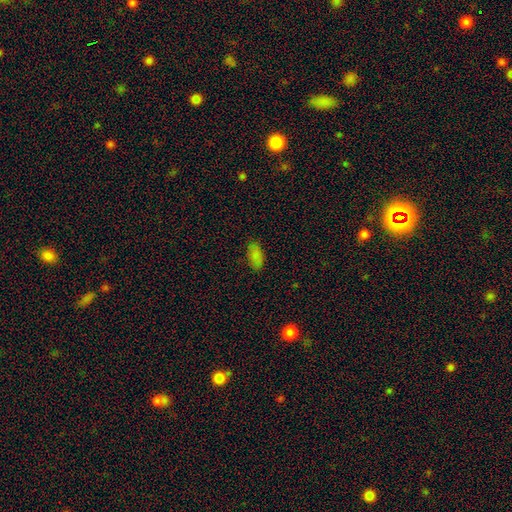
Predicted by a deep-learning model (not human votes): Q: Smooth or featured?
A: smooth (84%); runner-up: star or artifact (11%)
Q: How rounded?
A: in between (92%); runner-up: cigar-shaped (6%)
Q: Merging?
A: none (84%); runner-up: minor disturbance (12%)